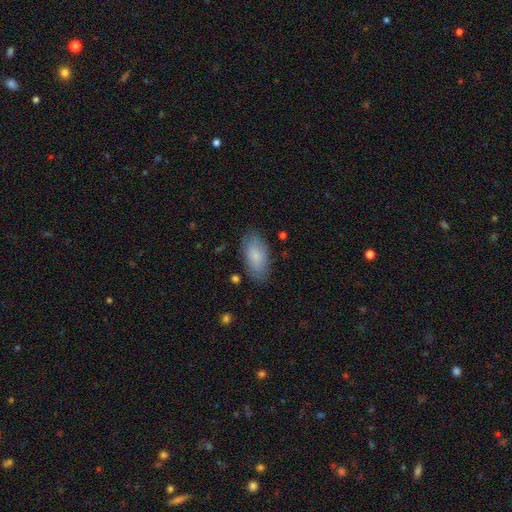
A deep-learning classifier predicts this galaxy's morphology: The model was most divided on "smooth or featured": smooth: 79%, featured or disk: 15%, star or artifact: 6%. More confident: how rounded — in between (93%); merging — none (80%).